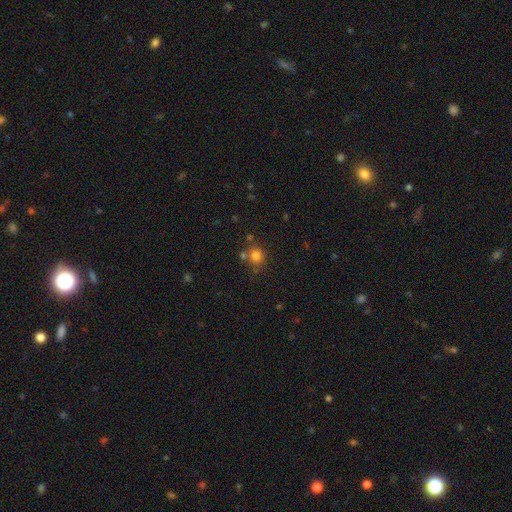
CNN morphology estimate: The model was most divided on "merging": none: 66%, merger: 17%, minor disturbance: 12%, major disturbance: 4%. More confident: how rounded — round (84%); smooth or featured — smooth (79%).